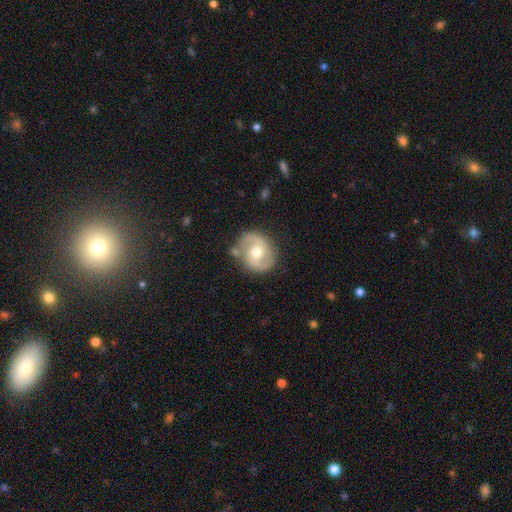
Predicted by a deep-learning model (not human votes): Smooth or featured? Predicted: featured or disk (p=0.79). Edge-on disk? Predicted: no (p=0.97). Bar? Predicted: no (p=0.43). Spiral arms? Predicted: yes (p=0.89). Spiral winding? Predicted: medium (p=0.46). Spiral arm count? Predicted: 2 (p=0.86). Bulge size? Predicted: moderate (p=0.68). Merging? Predicted: none (p=0.83).